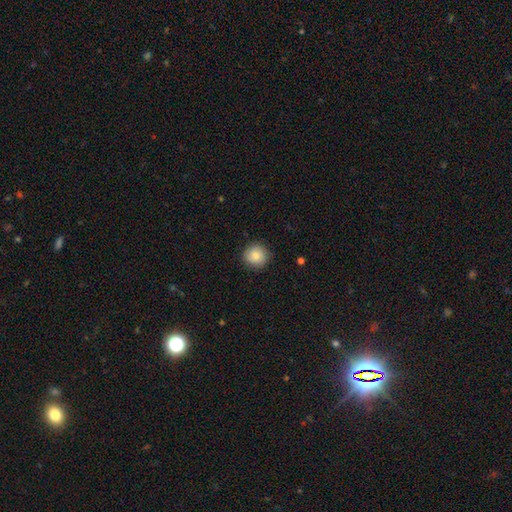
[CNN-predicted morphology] Smooth or featured: smooth — 81% (featured or disk — 11%)
How rounded: round — 93% (in between — 6%)
Merging: none — 88% (minor disturbance — 9%)